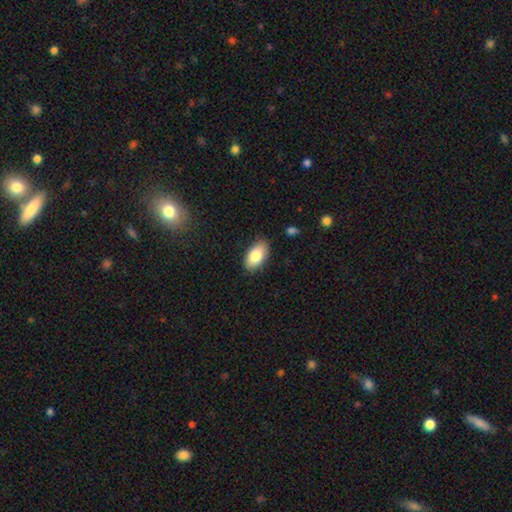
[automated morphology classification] Smooth or featured?
  - smooth: 81% *
  - featured or disk: 12%
  - star or artifact: 7%
How rounded?
  - in between: 94% *
  - round: 4%
  - cigar-shaped: 2%
Merging?
  - none: 85% *
  - minor disturbance: 11%
  - major disturbance: 2%
  - merger: 1%